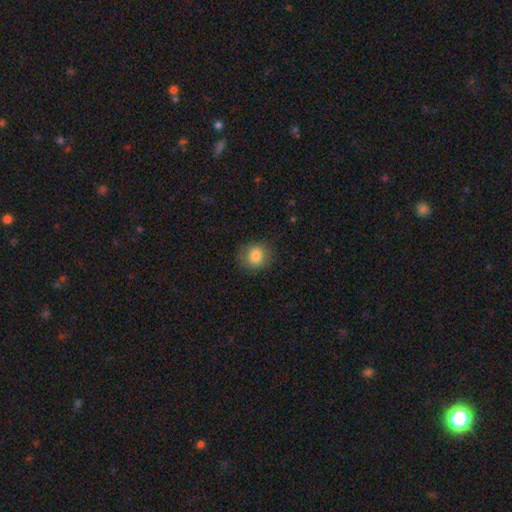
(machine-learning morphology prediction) A smooth galaxy with no disk features (83%) that is round (73%).

Vote fractions:
- Smooth or featured? smooth: 83% / star or artifact: 9% / featured or disk: 9%
- How rounded? round: 73% / in between: 26% / cigar-shaped: 1%
- Merging? none: 81% / minor disturbance: 13% / major disturbance: 5% / merger: 1%